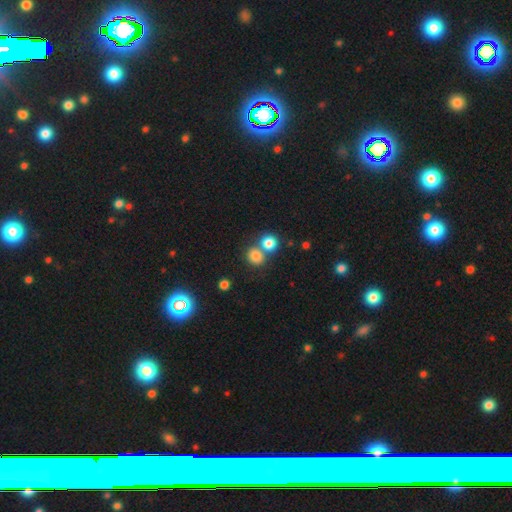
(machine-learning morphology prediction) smooth-or-featured: smooth: 80% | star or artifact: 12% | featured or disk: 8%
  how-rounded: round: 79% | in between: 20% | cigar-shaped: 1%
  merging: none: 50% | merger: 39% | minor disturbance: 8% | major disturbance: 3%